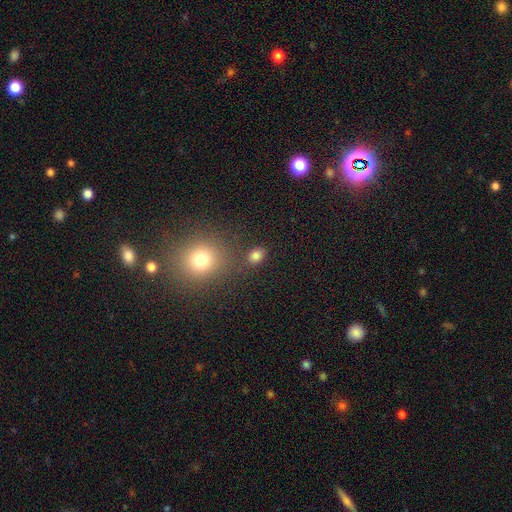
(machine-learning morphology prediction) Smooth or featured? Predicted: smooth (p=0.81). How rounded? Predicted: in between (p=0.54). Merging? Predicted: none (p=0.78).